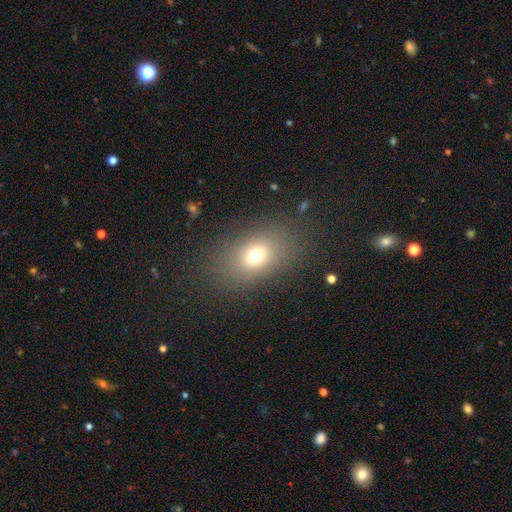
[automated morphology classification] Smooth or featured? smooth (70%)
How rounded? in between (73%)
Merging? none (81%)